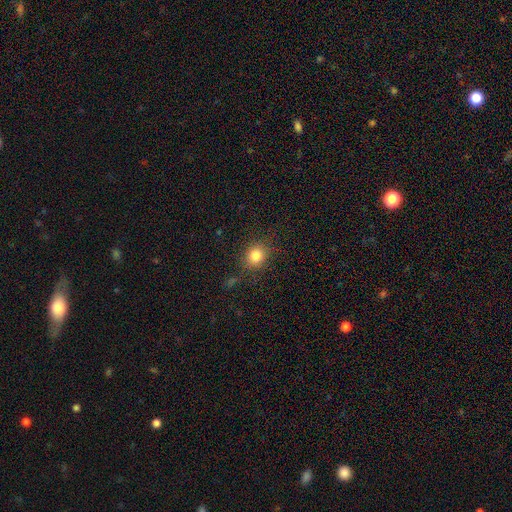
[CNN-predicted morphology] A smooth galaxy with no disk features (82%) that is round (75%). Merging: none (83%).